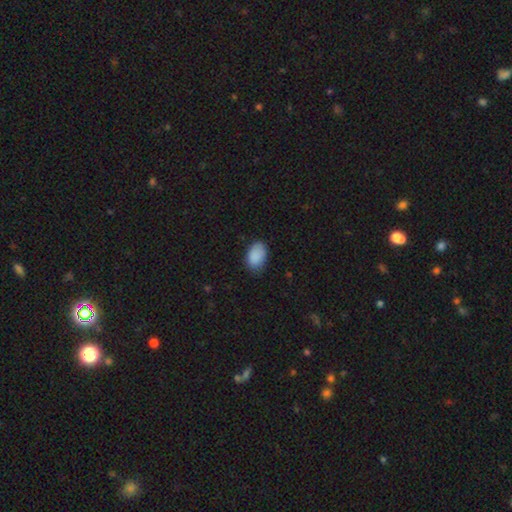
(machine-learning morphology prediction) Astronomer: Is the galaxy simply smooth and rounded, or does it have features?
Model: smooth — 89%.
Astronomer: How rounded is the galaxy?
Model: in between — 90%.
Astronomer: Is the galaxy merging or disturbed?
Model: none — 76%.